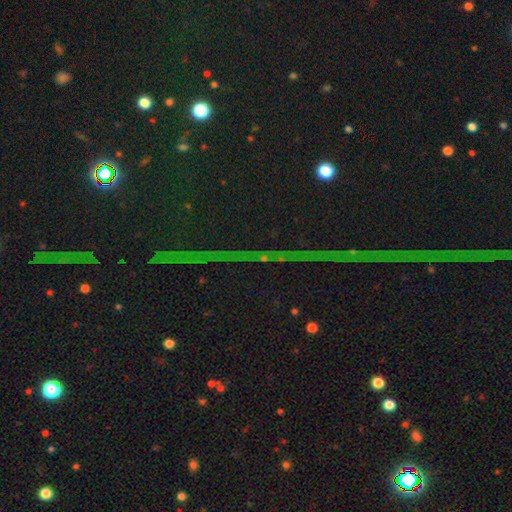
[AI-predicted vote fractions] star or artifact 84%, featured or disk 9%, smooth 7%.